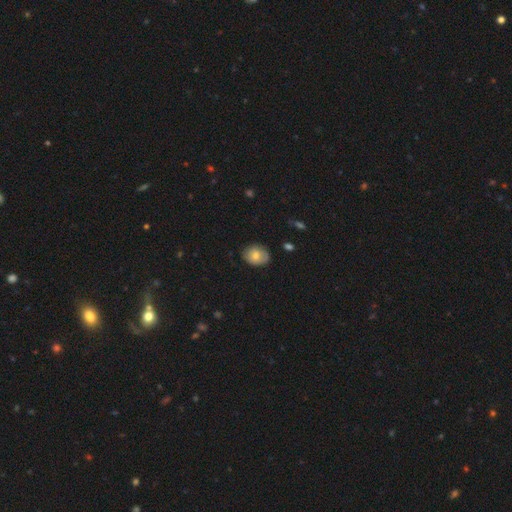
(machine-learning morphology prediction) Smooth or featured?
  - smooth: 75% *
  - featured or disk: 17%
  - star or artifact: 8%
How rounded?
  - in between: 53% *
  - round: 46%
  - cigar-shaped: 1%
Merging?
  - none: 76% *
  - minor disturbance: 20%
  - major disturbance: 3%
  - merger: 1%